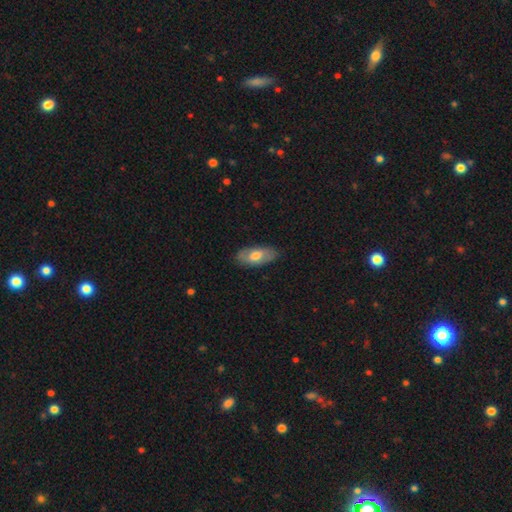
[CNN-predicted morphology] This is likely a smooth galaxy (65%). How rounded: clearly in between (89%). Merging: clearly none (82%).